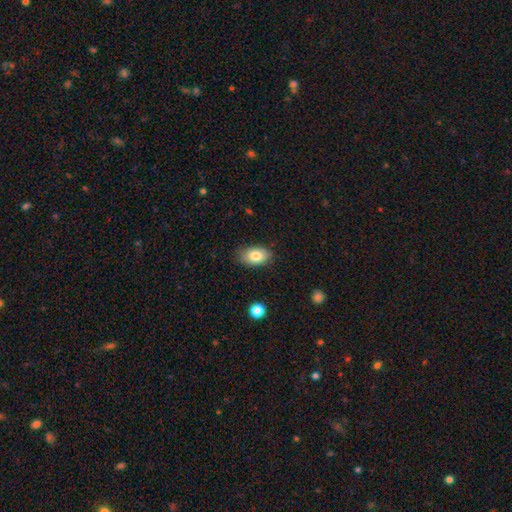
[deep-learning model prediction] smooth-or-featured: smooth: 81% | featured or disk: 11% | star or artifact: 8%
  how-rounded: in between: 90% | round: 9% | cigar-shaped: 1%
  merging: none: 82% | minor disturbance: 14% | major disturbance: 3% | merger: 1%